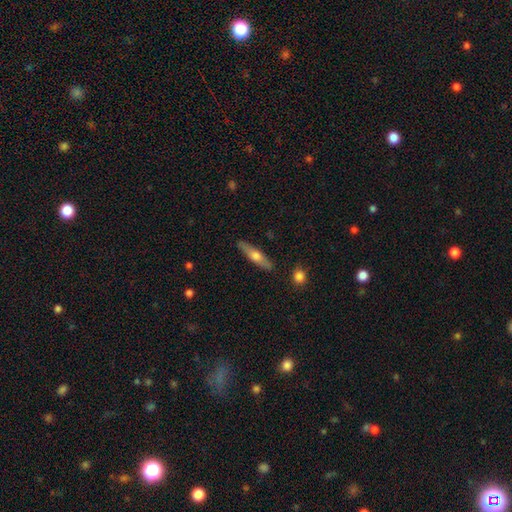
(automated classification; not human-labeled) A smooth galaxy with no disk features (50%).

Vote fractions:
- Smooth or featured? smooth: 50% / featured or disk: 45% / star or artifact: 6%
- Merging? none: 88% / minor disturbance: 9% / major disturbance: 2% / merger: 2%